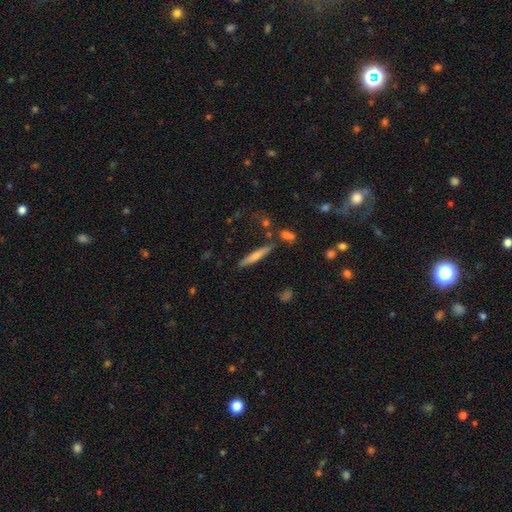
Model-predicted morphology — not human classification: Q: Smooth or featured?
A: smooth (64%); runner-up: featured or disk (29%)
Q: How rounded?
A: cigar-shaped (90%); runner-up: in between (8%)
Q: Merging?
A: none (80%); runner-up: minor disturbance (12%)